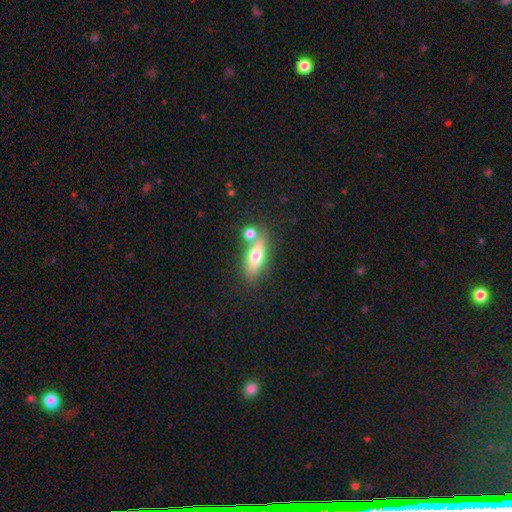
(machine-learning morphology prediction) type=smooth (57%); roundness=in between (49%); merging=none (62%).